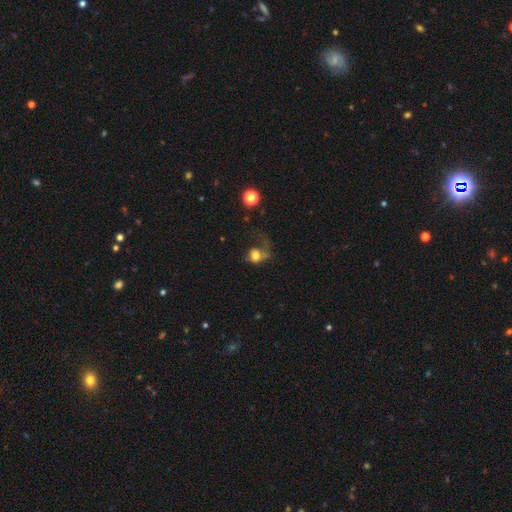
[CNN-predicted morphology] Smooth or featured? smooth (63%)
How rounded? round (64%)
Merging? major disturbance (56%)